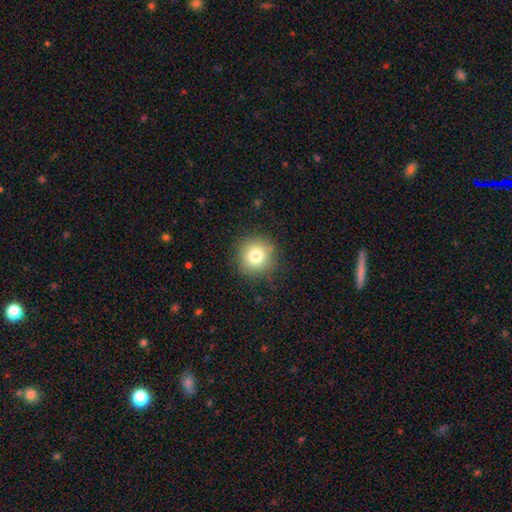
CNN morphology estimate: Smooth or featured? smooth (79%)
How rounded? round (93%)
Merging? none (87%)